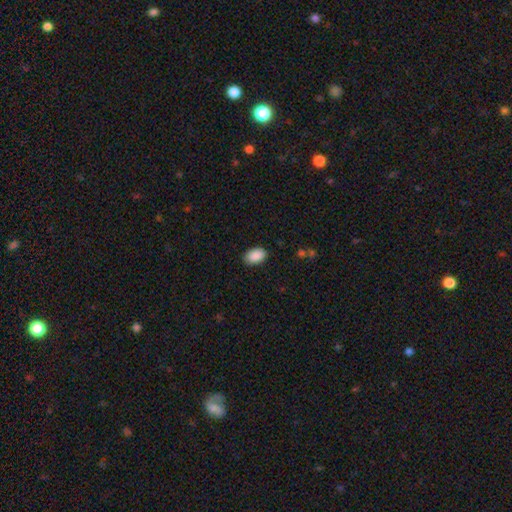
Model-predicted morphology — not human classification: smooth 90%, star or artifact 7%, featured or disk 3%. Down the decision tree: how rounded — in between (91%); merging — none (87%).